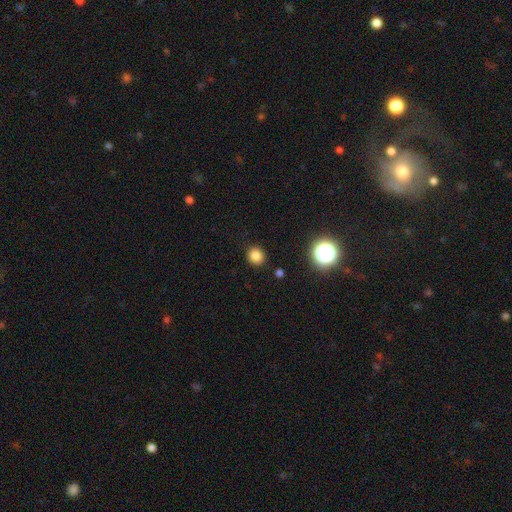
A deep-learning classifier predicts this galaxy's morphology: Overall: smooth (82%). How rounded: round (83%). Merging: none (89%).